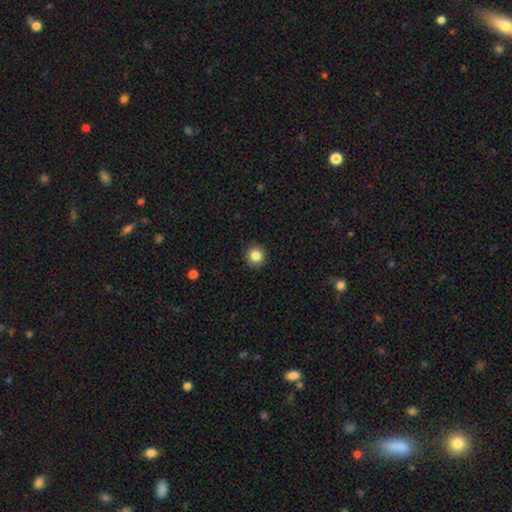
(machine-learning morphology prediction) Overall: smooth (85%). How rounded: round (93%). Merging: none (91%).